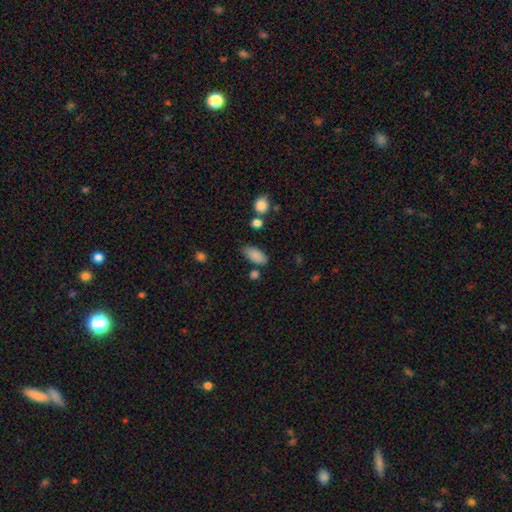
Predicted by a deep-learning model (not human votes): smooth-or-featured: smooth: 86% | star or artifact: 8% | featured or disk: 6%
  how-rounded: in between: 87% | cigar-shaped: 10% | round: 3%
  merging: none: 69% | minor disturbance: 19% | merger: 7% | major disturbance: 5%